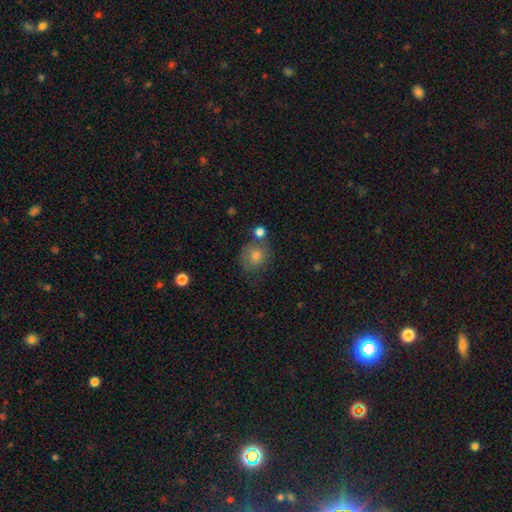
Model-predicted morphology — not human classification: This is likely a smooth galaxy (69%). How rounded: likely round (80%). Merging: likely none (65%).